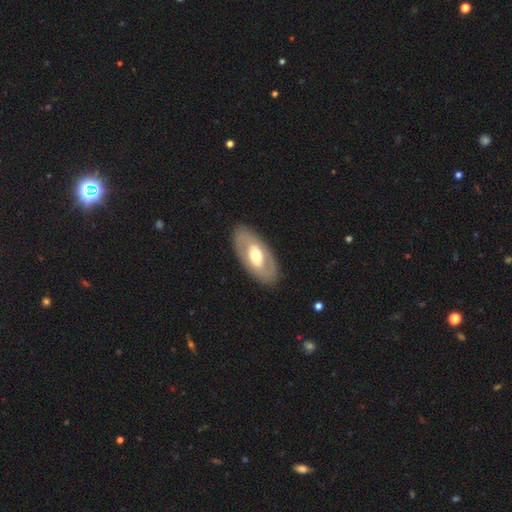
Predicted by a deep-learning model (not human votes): A featured or disk galaxy (60%) with no bar (55%), no spiral arms (70%) and a moderate central bulge (70%). Merging: none (87%).